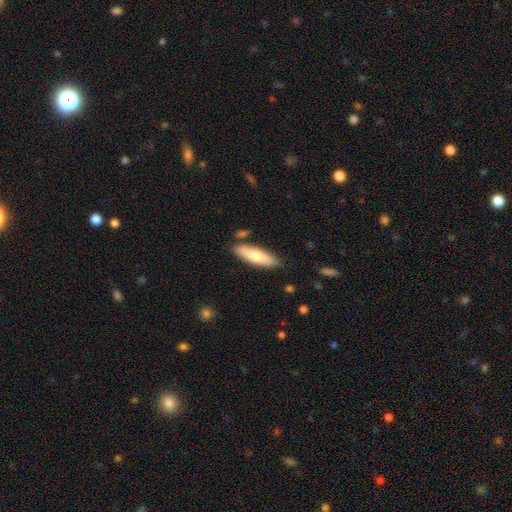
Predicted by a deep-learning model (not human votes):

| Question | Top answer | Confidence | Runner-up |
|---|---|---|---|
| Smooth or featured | smooth | 73% | featured or disk (22%) |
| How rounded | cigar-shaped | 51% | in between (47%) |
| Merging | none | 81% | minor disturbance (12%) |